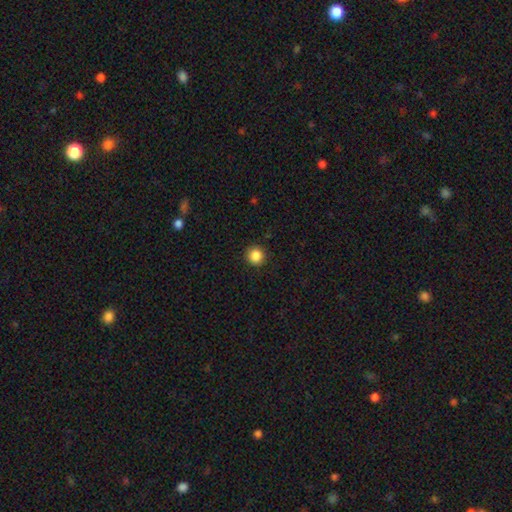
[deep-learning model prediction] This is clearly a smooth galaxy (86%). How rounded: clearly round (94%). Merging: clearly none (92%).